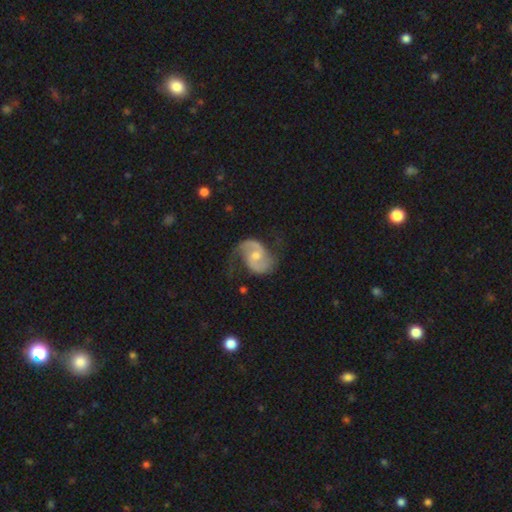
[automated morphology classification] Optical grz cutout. It shows a featured or disk galaxy (89%) with no bar (53%), 2 (92%) medium (52%) spiral arms (97%) and a moderate central bulge (53%). Merging: none (71%).